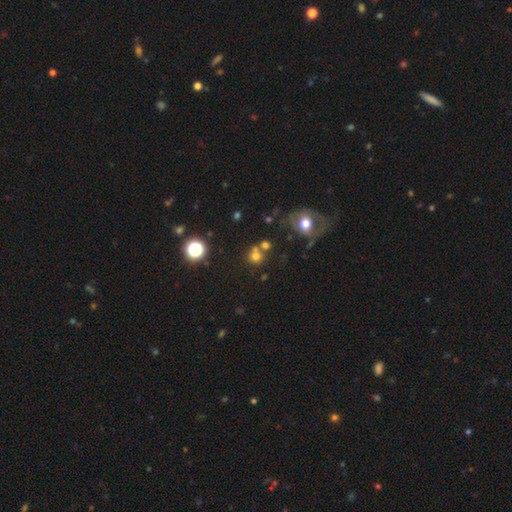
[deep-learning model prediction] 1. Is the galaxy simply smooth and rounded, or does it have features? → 67% smooth, 22% star or artifact, 10% featured or disk.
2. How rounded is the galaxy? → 86% round, 13% in between, 1% cigar-shaped.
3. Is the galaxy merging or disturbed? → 55% none, 32% merger, 9% minor disturbance, 4% major disturbance.